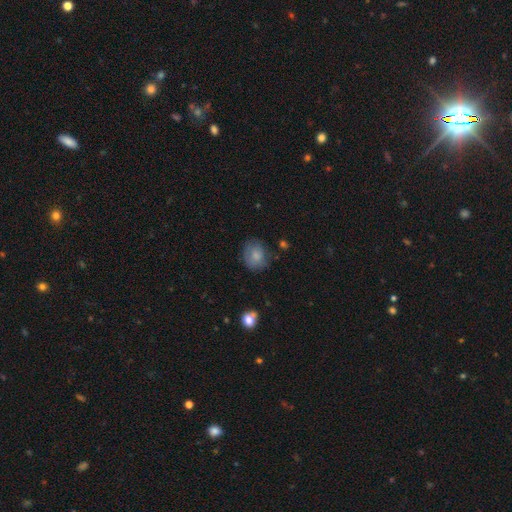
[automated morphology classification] A smooth galaxy with no disk features (74%) that is round (64%).

Vote fractions:
- Smooth or featured? smooth: 74% / featured or disk: 17% / star or artifact: 9%
- How rounded? round: 64% / in between: 35% / cigar-shaped: 1%
- Merging? none: 67% / minor disturbance: 23% / major disturbance: 8% / merger: 2%